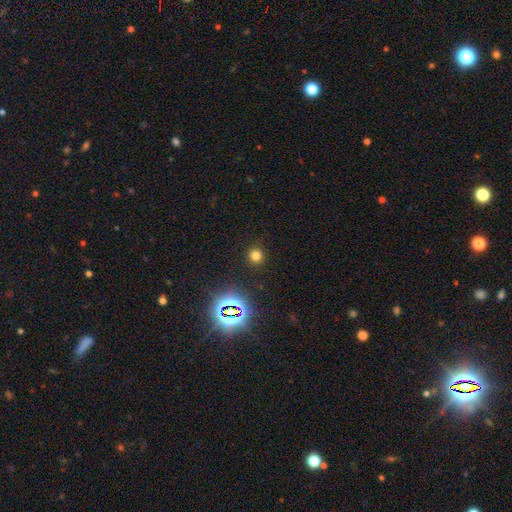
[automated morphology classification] A smooth galaxy with no disk features (73%) that is round (93%). Merging: none (91%).